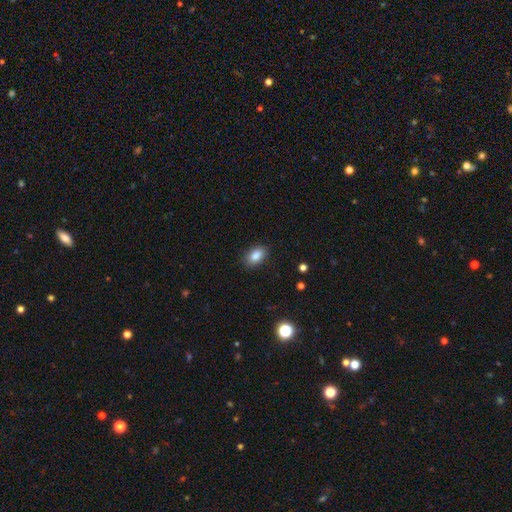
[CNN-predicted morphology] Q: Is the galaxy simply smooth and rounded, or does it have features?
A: smooth — 85%.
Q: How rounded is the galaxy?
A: in between — 87%.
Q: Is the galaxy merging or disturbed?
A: none — 85%.